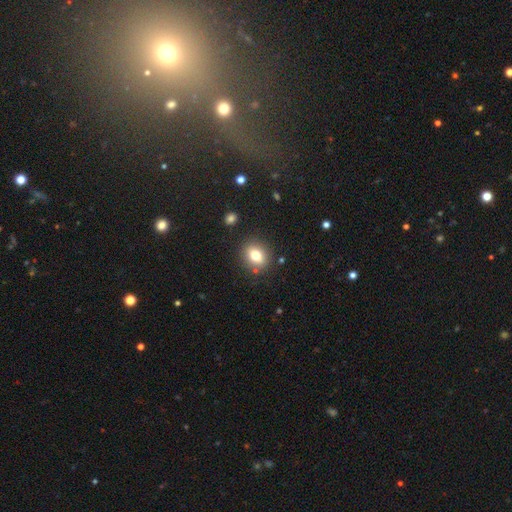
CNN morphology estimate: The model was most divided on "how rounded": round: 60%, in between: 39%, cigar-shaped: 1%. More confident: merging — none (86%); smooth or featured — smooth (76%).